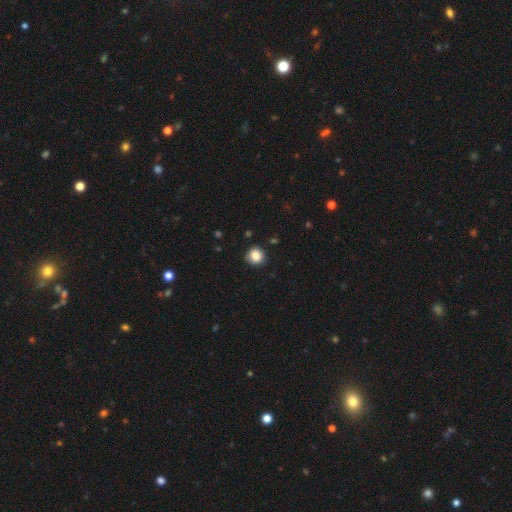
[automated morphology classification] Q: Smooth or featured?
A: smooth (86%); runner-up: star or artifact (10%)
Q: How rounded?
A: round (89%); runner-up: in between (10%)
Q: Merging?
A: none (85%); runner-up: minor disturbance (12%)